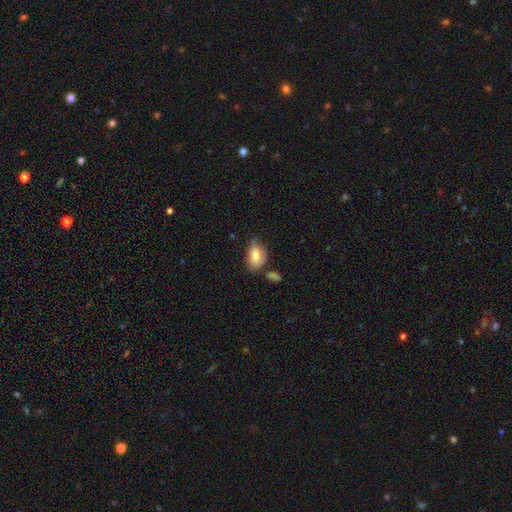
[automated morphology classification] This is likely a smooth galaxy (79%). How rounded: clearly in between (89%). Merging: possibly none (50%).